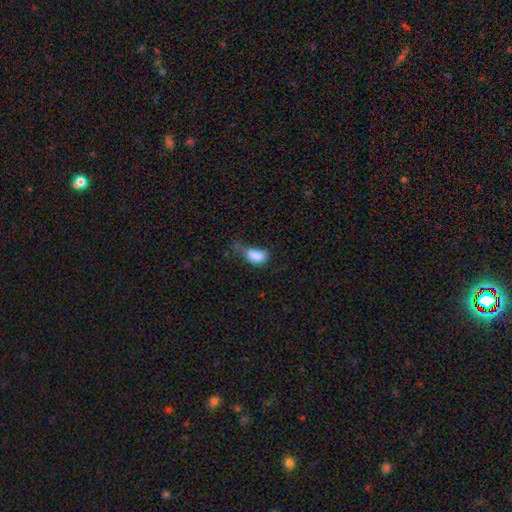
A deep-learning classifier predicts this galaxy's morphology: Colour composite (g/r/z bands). It shows a smooth galaxy with no disk features (81%) that is in between round and cigar-shaped (87%). Merging: major disturbance (39%).